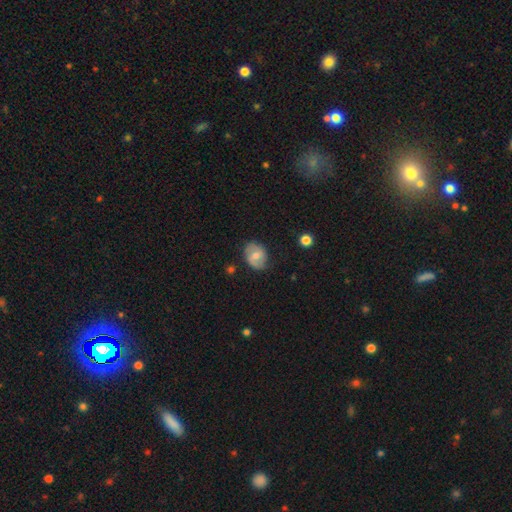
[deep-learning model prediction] Smooth or featured?
  - smooth: 51% *
  - featured or disk: 42%
  - star or artifact: 7%
How rounded?
  - in between: 62% *
  - round: 37%
  - cigar-shaped: 1%
Merging?
  - none: 72% *
  - minor disturbance: 22%
  - major disturbance: 5%
  - merger: 1%